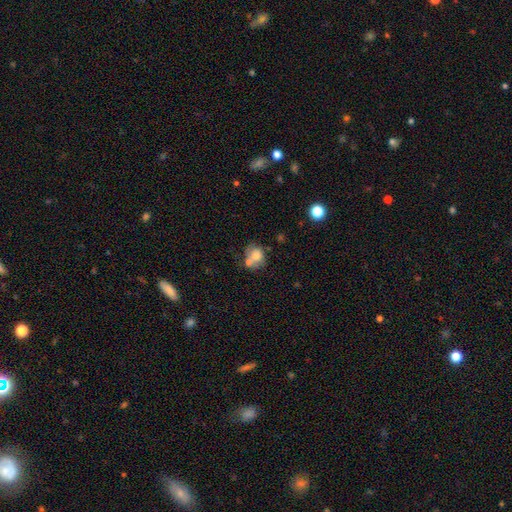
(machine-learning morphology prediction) Overall: smooth (69%). How rounded: round (65%; in between 34%). Merging: none (38%; merger 36%).